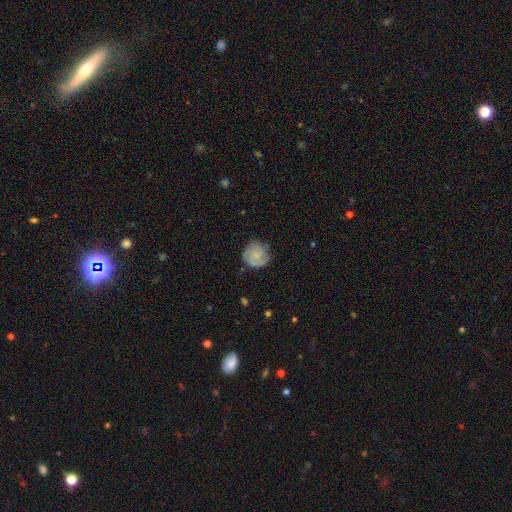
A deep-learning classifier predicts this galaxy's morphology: Overall: smooth (54%; featured or disk 39%). How rounded: round (90%). Merging: none (73%).